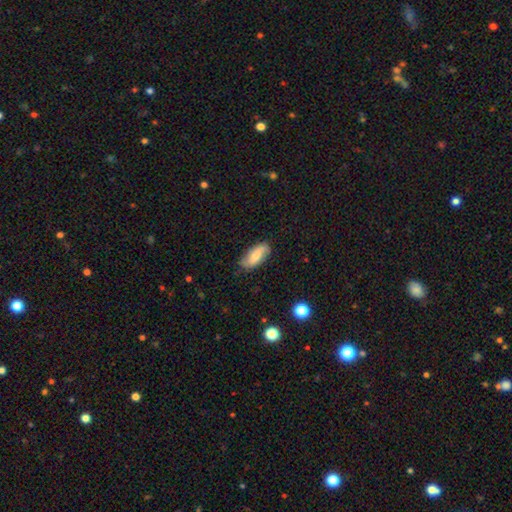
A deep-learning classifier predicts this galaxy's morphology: The model was most divided on "smooth or featured": smooth: 53%, featured or disk: 40%, star or artifact: 7%. More confident: how rounded — in between (84%); merging — none (75%).